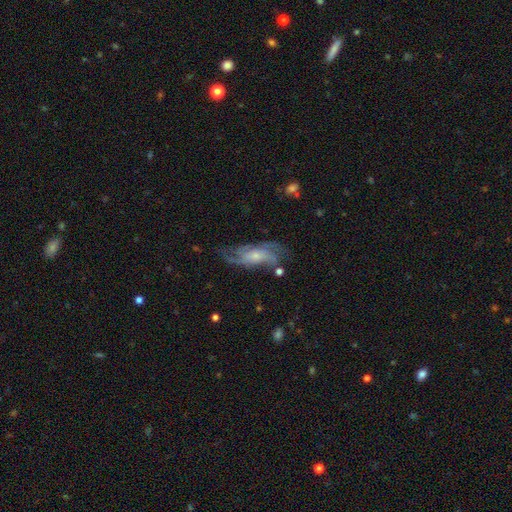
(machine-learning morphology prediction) A featured or disk galaxy (77%) with no bar (67%), medium (44%) spiral arms (92%) and a small central bulge (62%). Merging: none (60%).